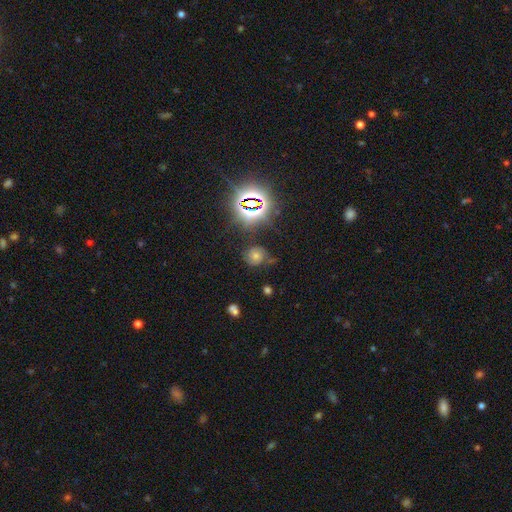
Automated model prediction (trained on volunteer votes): A star or artifact, not a galaxy (37%).